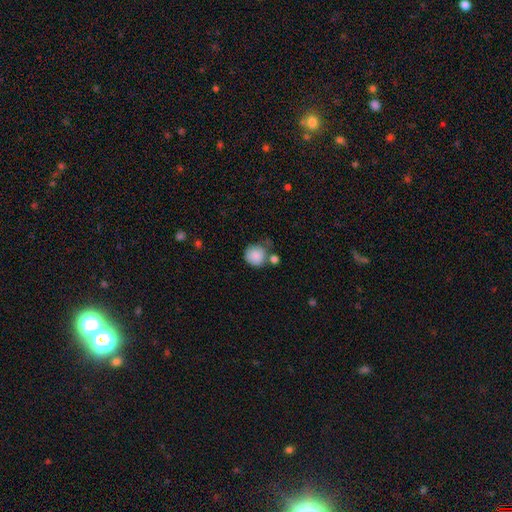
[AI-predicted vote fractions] A smooth galaxy with no disk features (86%) that is round (89%). Merging: none (53%).